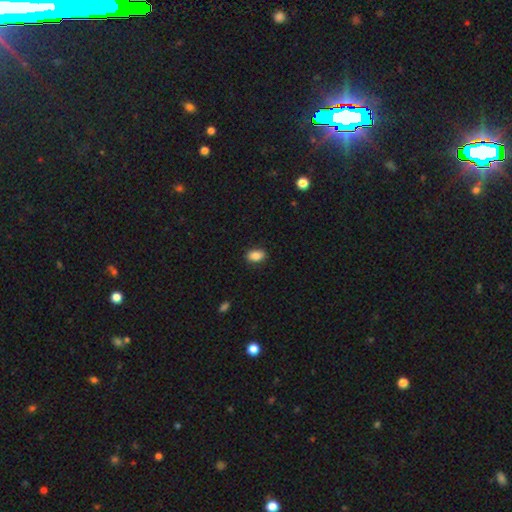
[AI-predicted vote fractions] smooth 87%, star or artifact 8%, featured or disk 5%. Down the decision tree: how rounded — in between (88%); merging — none (88%).